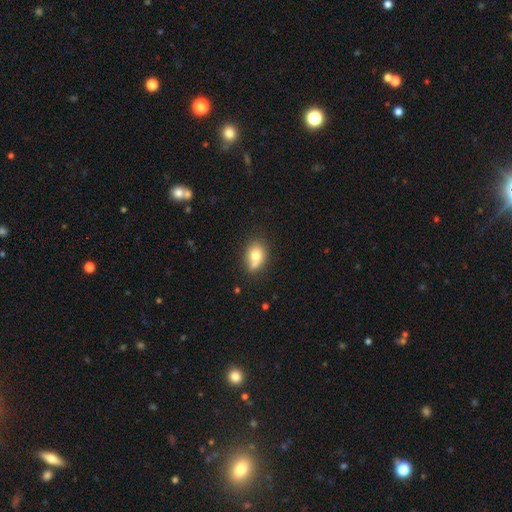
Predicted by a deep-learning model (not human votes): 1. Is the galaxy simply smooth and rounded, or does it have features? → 74% smooth, 16% featured or disk, 10% star or artifact.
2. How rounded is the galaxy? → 57% in between, 42% round, 1% cigar-shaped.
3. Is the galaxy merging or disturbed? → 48% none, 22% minor disturbance, 22% merger, 8% major disturbance.